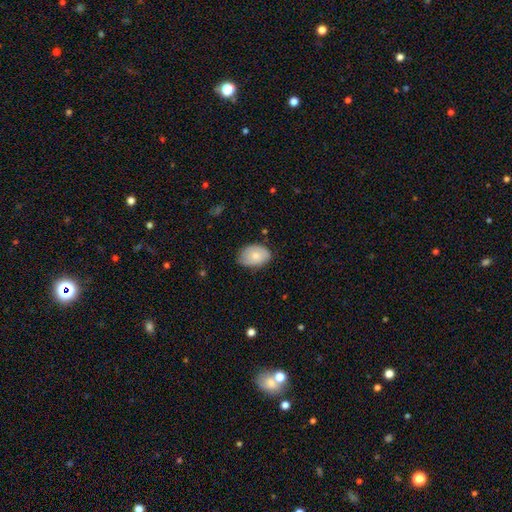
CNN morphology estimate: This is likely a smooth galaxy (75%). How rounded: clearly in between (84%). Merging: likely none (71%).